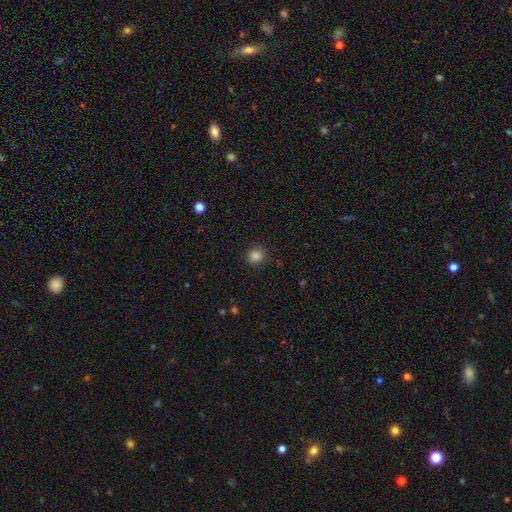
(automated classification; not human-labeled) A smooth galaxy with no disk features (85%) that is round (85%). Merging: none (89%).